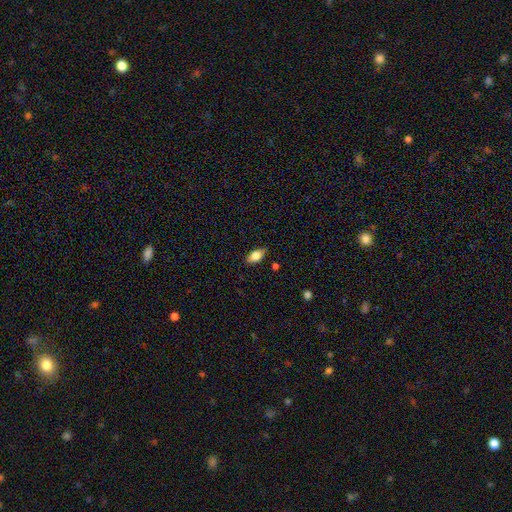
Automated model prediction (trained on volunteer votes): Q: Smooth or featured?
A: smooth (79%); runner-up: featured or disk (13%)
Q: How rounded?
A: in between (88%); runner-up: cigar-shaped (7%)
Q: Merging?
A: none (84%); runner-up: minor disturbance (12%)